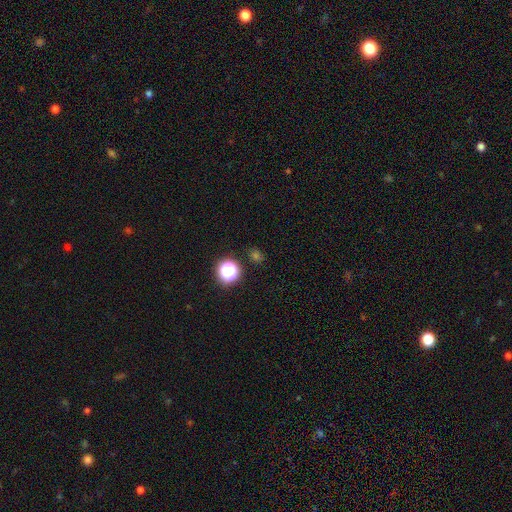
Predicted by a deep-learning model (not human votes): smooth-or-featured: smooth: 54% | star or artifact: 41% | featured or disk: 5%
  how-rounded: round: 79% | in between: 20% | cigar-shaped: 1%
  merging: none: 85% | minor disturbance: 8% | merger: 4% | major disturbance: 3%